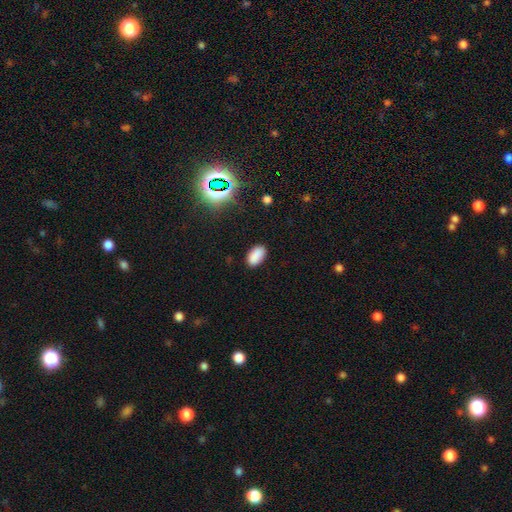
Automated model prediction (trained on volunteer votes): Smooth or featured? Predicted: smooth (p=0.86). How rounded? Predicted: in between (p=0.94). Merging? Predicted: none (p=0.85).